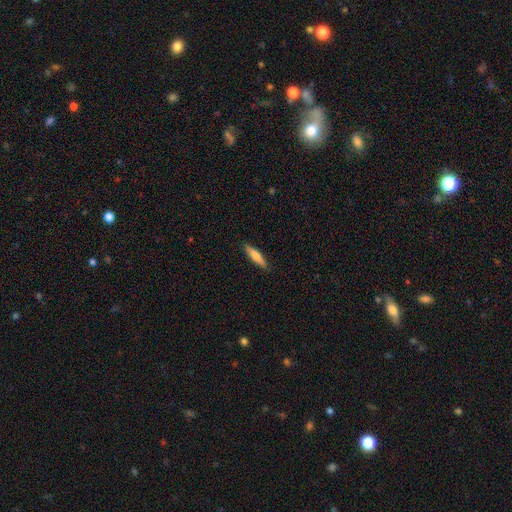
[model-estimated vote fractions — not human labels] Q: Smooth or featured?
A: smooth (62%); runner-up: featured or disk (32%)
Q: How rounded?
A: cigar-shaped (80%); runner-up: in between (19%)
Q: Merging?
A: none (90%); runner-up: minor disturbance (8%)